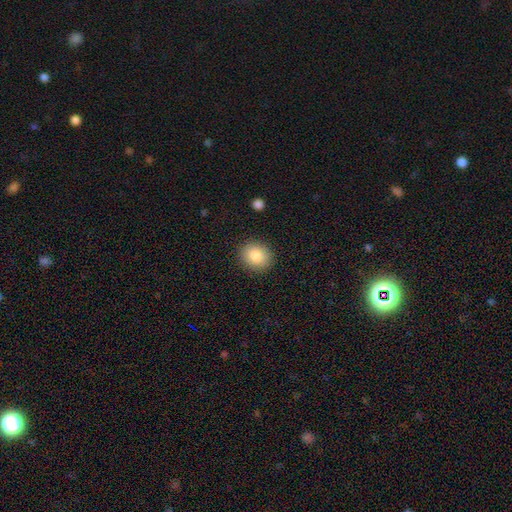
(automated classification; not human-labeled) smooth-or-featured: smooth: 85% | star or artifact: 8% | featured or disk: 7%
  how-rounded: round: 72% | in between: 27% | cigar-shaped: 1%
  merging: none: 89% | minor disturbance: 7% | major disturbance: 2% | merger: 1%